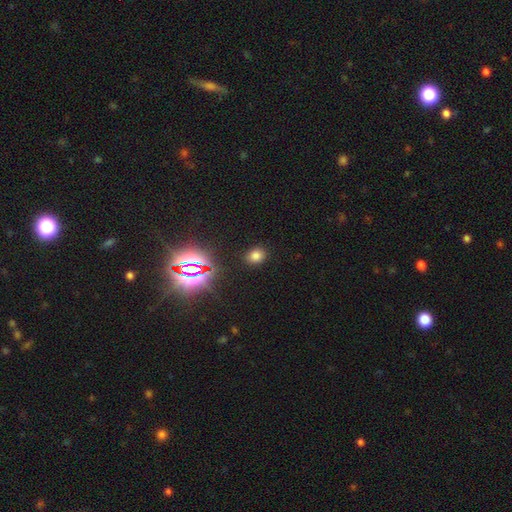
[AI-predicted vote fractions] Q: Smooth or featured?
A: smooth (71%); runner-up: star or artifact (23%)
Q: How rounded?
A: round (50%); runner-up: in between (49%)
Q: Merging?
A: none (87%); runner-up: minor disturbance (8%)